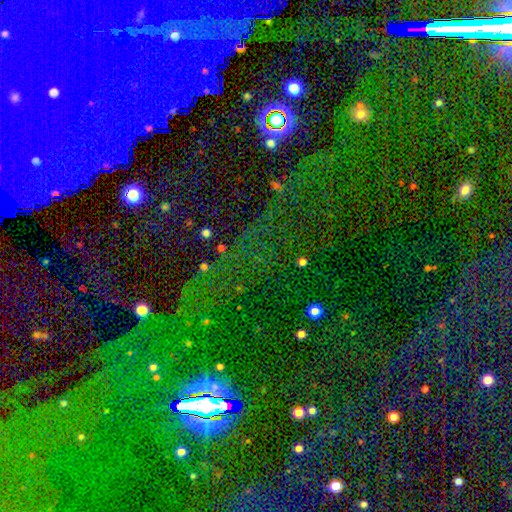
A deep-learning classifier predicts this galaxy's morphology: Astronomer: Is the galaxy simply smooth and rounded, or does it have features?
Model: star or artifact — 81%.